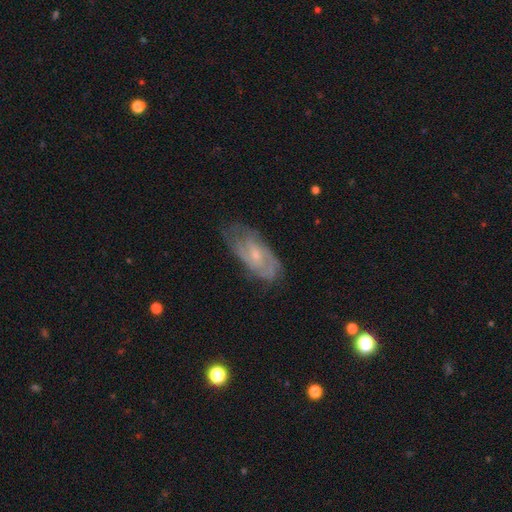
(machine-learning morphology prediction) type=featured or disk (72%); edge-on=no (92%); bar=no (53%); spiral arms=yes (86%); winding=tight (49%); arm count=can't tell (42%); bulge=small (64%); merging=none (66%).